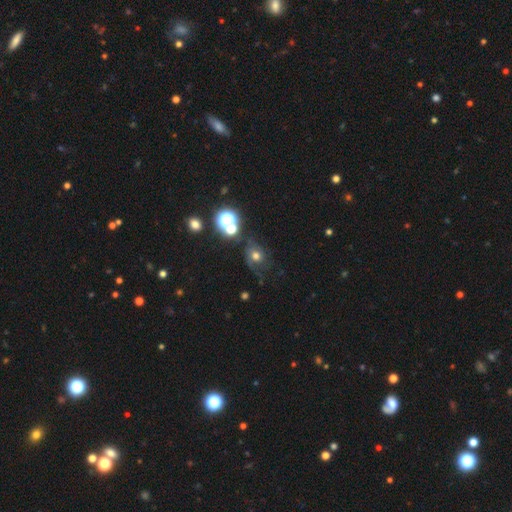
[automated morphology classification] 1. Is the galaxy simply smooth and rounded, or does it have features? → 52% smooth, 24% featured or disk, 24% star or artifact.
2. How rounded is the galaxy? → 68% round, 31% in between, 1% cigar-shaped.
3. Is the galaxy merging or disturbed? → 53% none, 22% minor disturbance, 18% major disturbance, 8% merger.